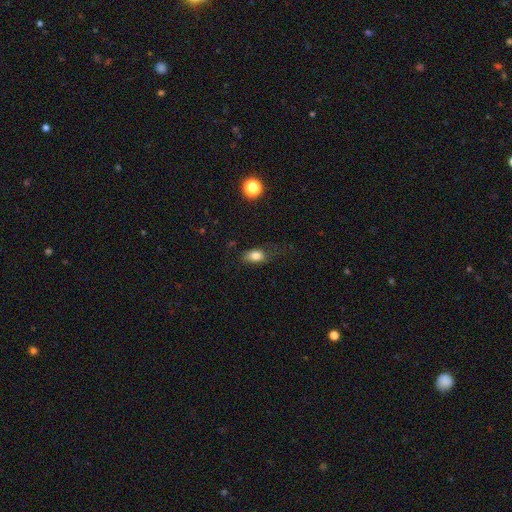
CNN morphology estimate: smooth_or_featured: smooth (p=0.81) [alt: star or artifact p=0.10]
how_rounded: in between (p=0.81) [alt: round p=0.16]
merging: none (p=0.61) [alt: minor disturbance p=0.25]